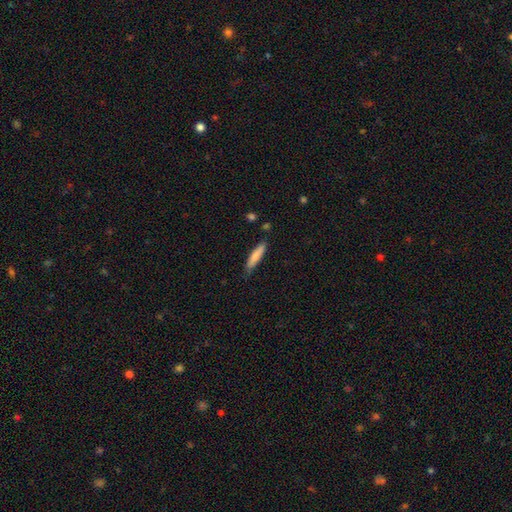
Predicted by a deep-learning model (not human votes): This is likely a smooth galaxy (78%). How rounded: clearly cigar-shaped (82%). Merging: likely none (79%).